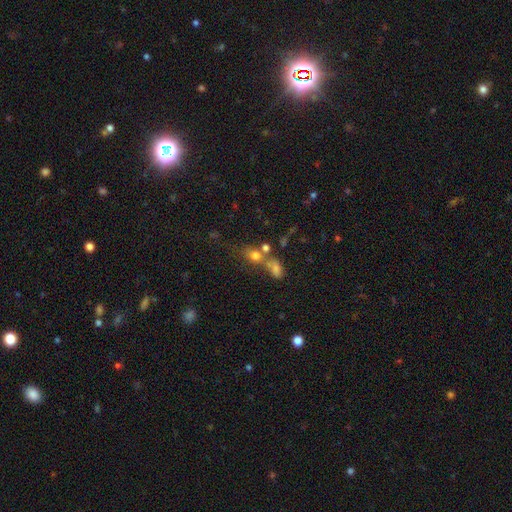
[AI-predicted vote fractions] Smooth or featured? Predicted: smooth (p=0.69). How rounded? Predicted: round (p=0.52). Merging? Predicted: merger (p=0.40).